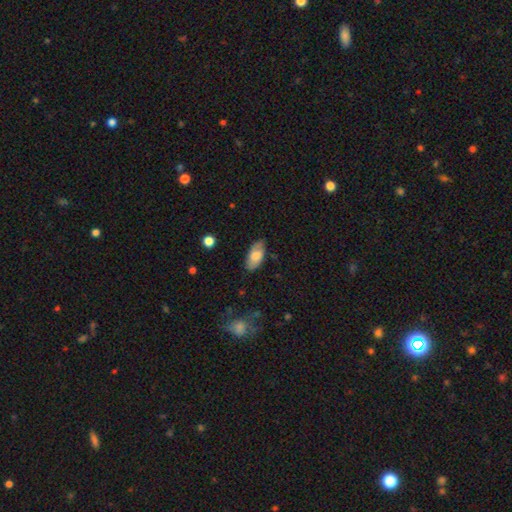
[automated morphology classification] Overall: smooth (71%). How rounded: in between (91%). Merging: none (81%).